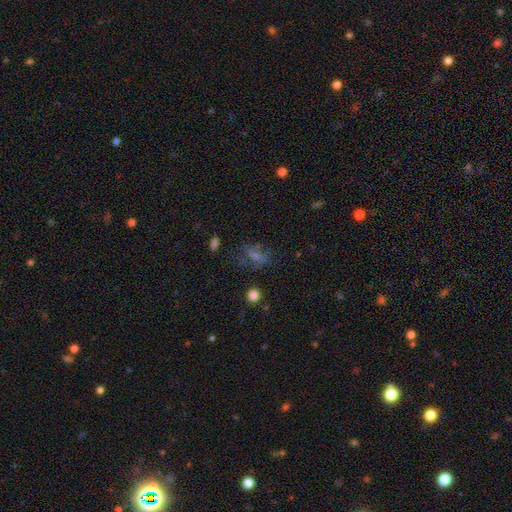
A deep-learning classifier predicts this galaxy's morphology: Overall: smooth (39%; star or artifact 34%). Merging: none (59%; minor disturbance 20%).